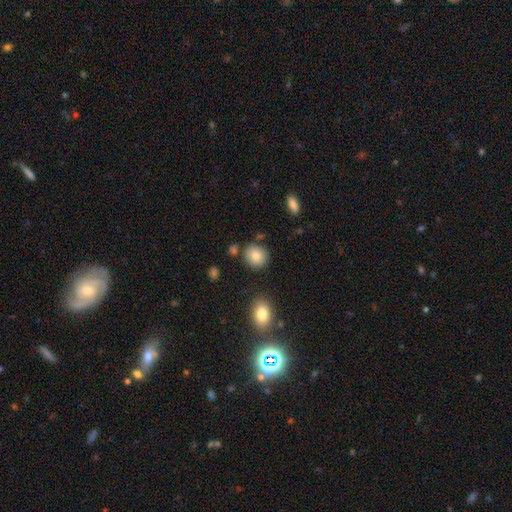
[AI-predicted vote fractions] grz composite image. It shows a smooth galaxy with no disk features (83%) that is round (77%). Merging: none (82%).